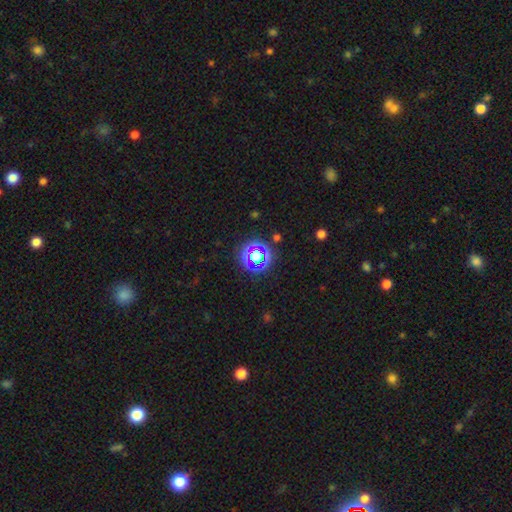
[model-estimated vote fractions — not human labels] The model was most divided on "smooth or featured": star or artifact: 59%, smooth: 28%, featured or disk: 12%.